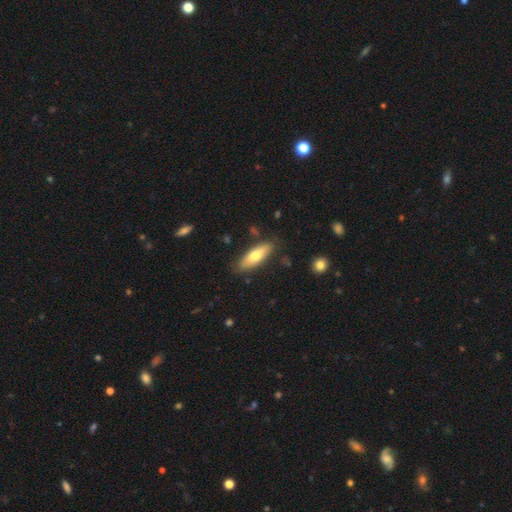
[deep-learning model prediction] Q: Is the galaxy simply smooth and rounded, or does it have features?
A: smooth — 66%.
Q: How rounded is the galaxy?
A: in between — 57%.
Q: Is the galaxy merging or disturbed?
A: none — 82%.